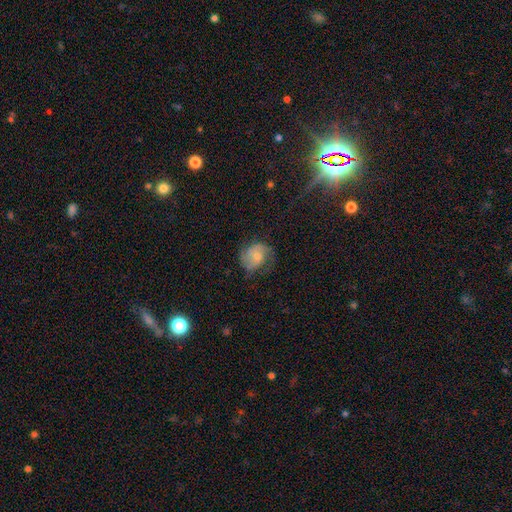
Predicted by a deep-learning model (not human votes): Smooth or featured?
  - featured or disk: 56% *
  - smooth: 37%
  - star or artifact: 8%
Edge-on disk?
  - no: 98% *
  - yes: 2%
Bar?
  - no: 68% *
  - weak: 27%
  - strong: 4%
Spiral arms?
  - yes: 87% *
  - no: 13%
Bulge size?
  - small: 50% *
  - moderate: 39%
  - none: 6%
  - large: 3%
  - dominant: 1%
Merging?
  - none: 57% *
  - minor disturbance: 26%
  - major disturbance: 16%
  - merger: 1%